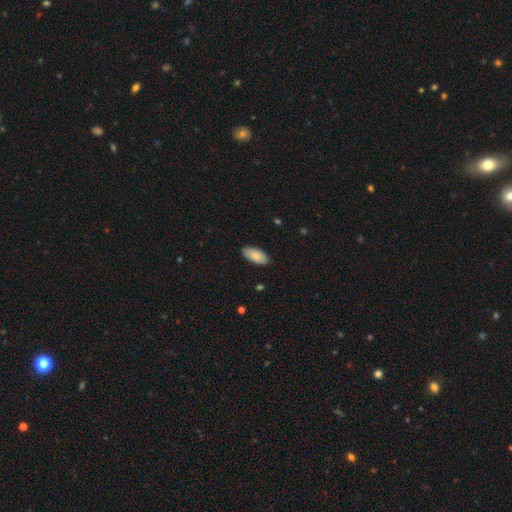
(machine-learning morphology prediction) smooth-or-featured: smooth: 85% | featured or disk: 9% | star or artifact: 6%
  how-rounded: in between: 91% | cigar-shaped: 7% | round: 2%
  merging: none: 87% | minor disturbance: 10% | major disturbance: 2% | merger: 1%